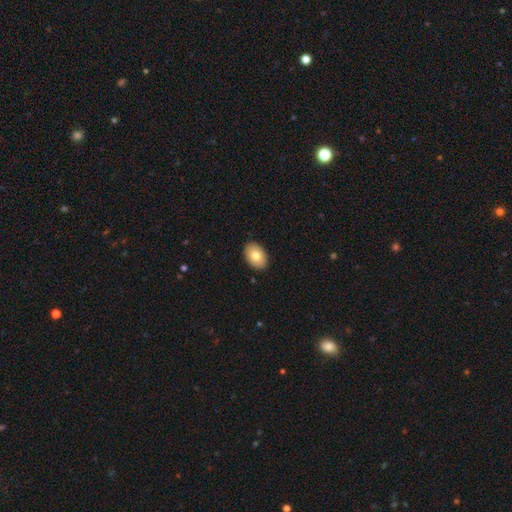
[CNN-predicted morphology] Overall: smooth (80%). How rounded: in between (86%). Merging: none (90%).